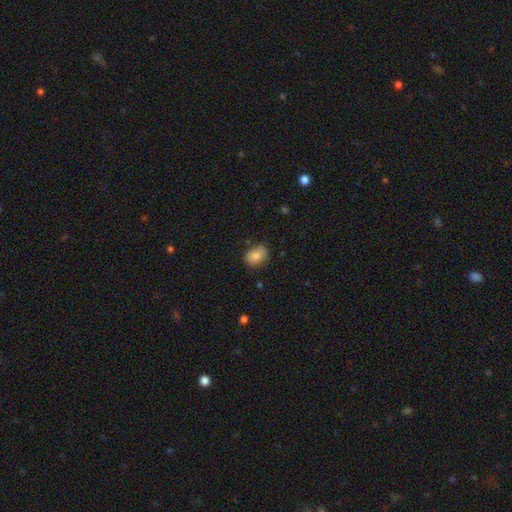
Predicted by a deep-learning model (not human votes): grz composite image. It shows a smooth galaxy with no disk features (81%) that is in between round and cigar-shaped (62%). Merging: none (78%).